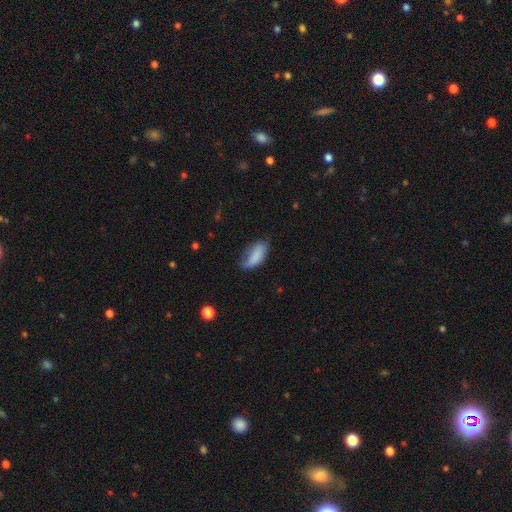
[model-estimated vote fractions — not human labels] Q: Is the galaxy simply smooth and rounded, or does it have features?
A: smooth — 79%.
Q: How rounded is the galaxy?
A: in between — 86%.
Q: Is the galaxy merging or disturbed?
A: none — 42%.